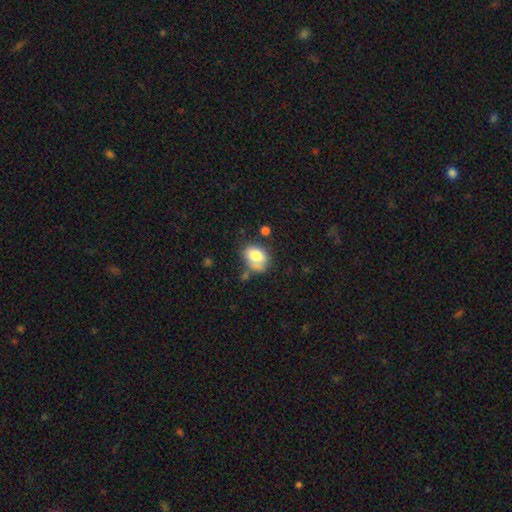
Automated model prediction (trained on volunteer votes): A smooth galaxy with no disk features (76%) that is in between round and cigar-shaped (65%).

Vote fractions:
- Smooth or featured? smooth: 76% / featured or disk: 15% / star or artifact: 8%
- How rounded? in between: 65% / round: 34% / cigar-shaped: 1%
- Merging? none: 46% / minor disturbance: 26% / merger: 16% / major disturbance: 11%